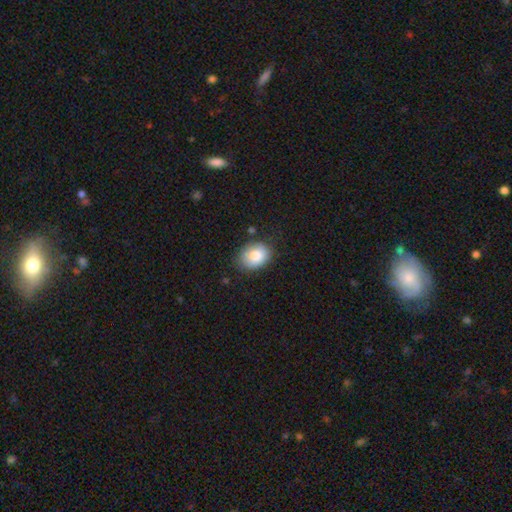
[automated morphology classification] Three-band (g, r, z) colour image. It shows a smooth galaxy with no disk features (82%) that is in between round and cigar-shaped (63%). Merging: none (77%).